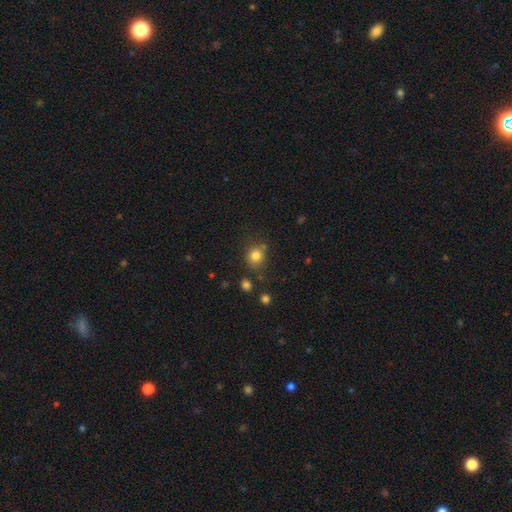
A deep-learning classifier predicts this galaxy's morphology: Smooth or featured: smooth — 81% (star or artifact — 13%)
How rounded: round — 83% (in between — 16%)
Merging: none — 75% (minor disturbance — 14%)